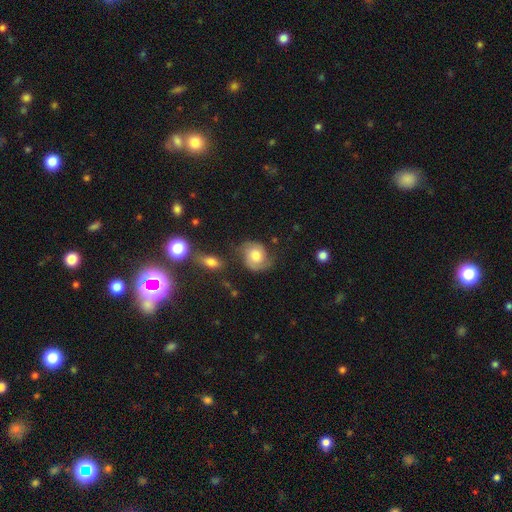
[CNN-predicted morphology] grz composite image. It shows a featured or disk galaxy (49%). Merging: none (60%).